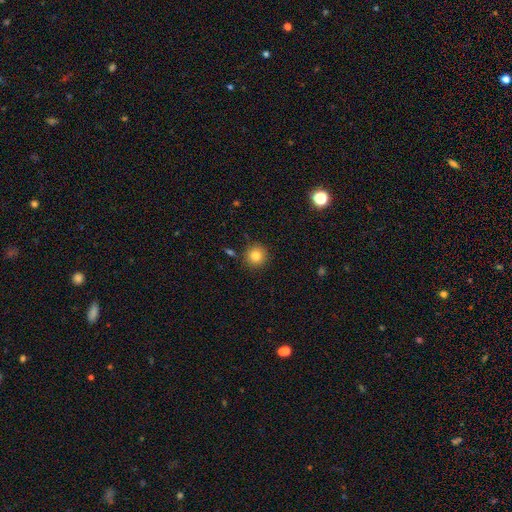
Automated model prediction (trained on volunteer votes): A smooth galaxy with no disk features (83%) that is round (94%). Merging: none (88%).